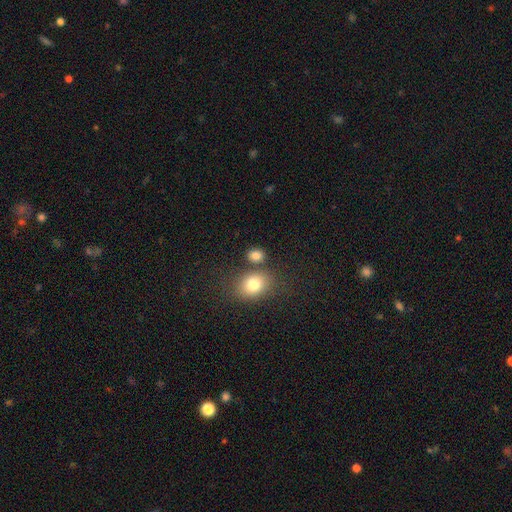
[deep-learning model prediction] smooth-or-featured: smooth: 82% | star or artifact: 11% | featured or disk: 7%
  how-rounded: round: 51% | in between: 47% | cigar-shaped: 1%
  merging: none: 69% | merger: 17% | minor disturbance: 10% | major disturbance: 4%